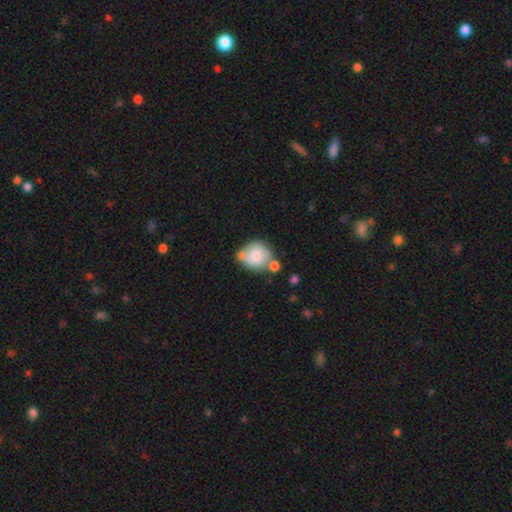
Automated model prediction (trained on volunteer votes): Smooth or featured: smooth — 61% (featured or disk — 31%)
How rounded: round — 66% (in between — 33%)
Merging: none — 37% (merger — 32%)